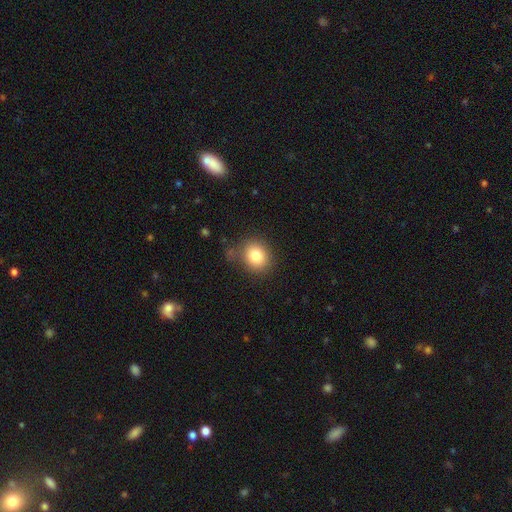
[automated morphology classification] A smooth galaxy with no disk features (82%) that is round (67%). Merging: none (73%).